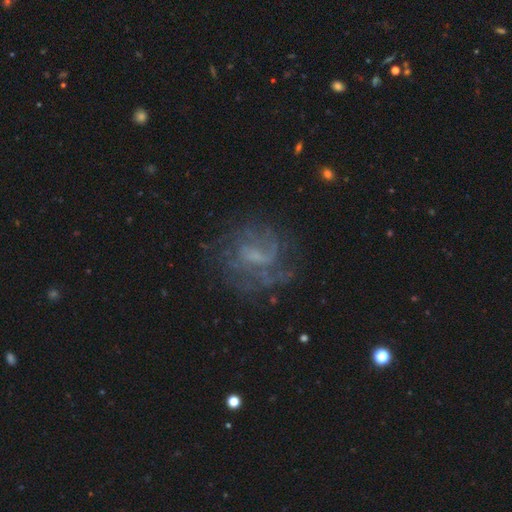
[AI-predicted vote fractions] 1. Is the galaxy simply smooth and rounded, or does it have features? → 69% featured or disk, 18% smooth, 13% star or artifact.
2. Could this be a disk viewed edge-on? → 97% no, 3% yes.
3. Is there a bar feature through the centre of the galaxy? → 49% weak, 39% no, 12% strong.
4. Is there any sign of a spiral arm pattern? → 75% yes, 25% no.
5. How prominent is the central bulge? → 38% small, 37% none, 22% moderate, 3% large, 1% dominant.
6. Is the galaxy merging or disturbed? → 61% none, 19% major disturbance, 18% minor disturbance, 2% merger.